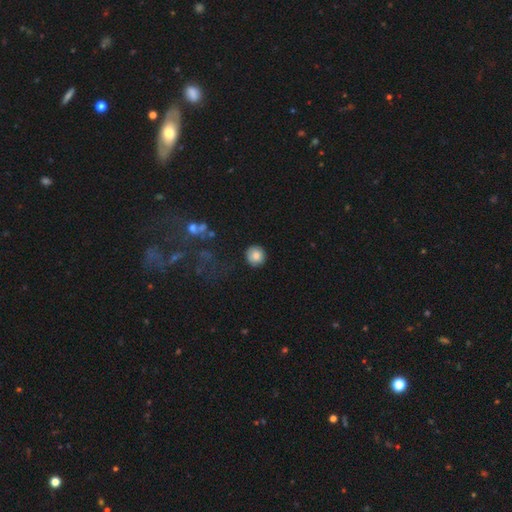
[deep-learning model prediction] Overall: smooth (80%). How rounded: round (92%). Merging: none (87%).